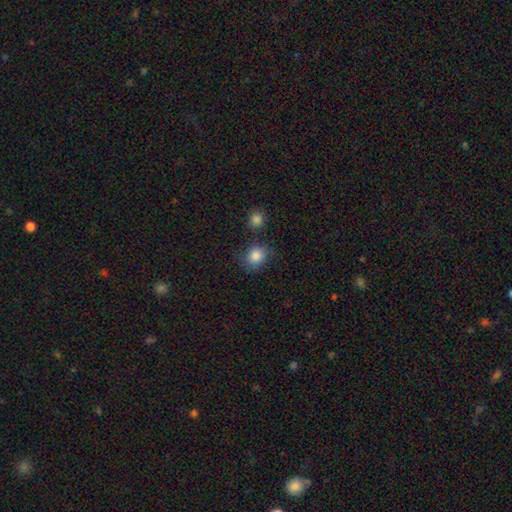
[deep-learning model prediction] smooth-or-featured: smooth: 85% | star or artifact: 10% | featured or disk: 5%
  how-rounded: round: 69% | in between: 30% | cigar-shaped: 1%
  merging: none: 71% | minor disturbance: 16% | merger: 9% | major disturbance: 5%